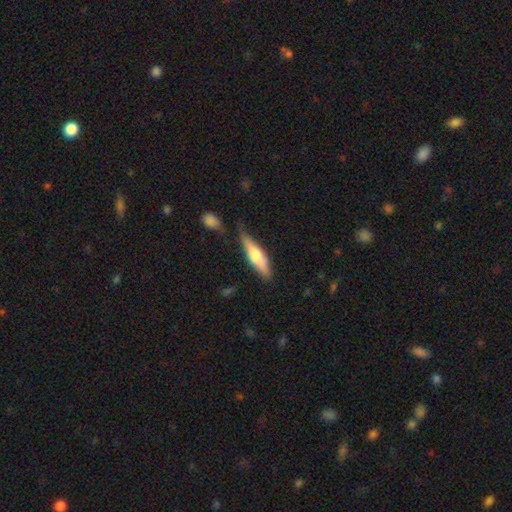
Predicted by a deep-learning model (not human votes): Smooth or featured: smooth — 55% (featured or disk — 40%)
How rounded: cigar-shaped — 66% (in between — 32%)
Merging: none — 66% (minor disturbance — 21%)